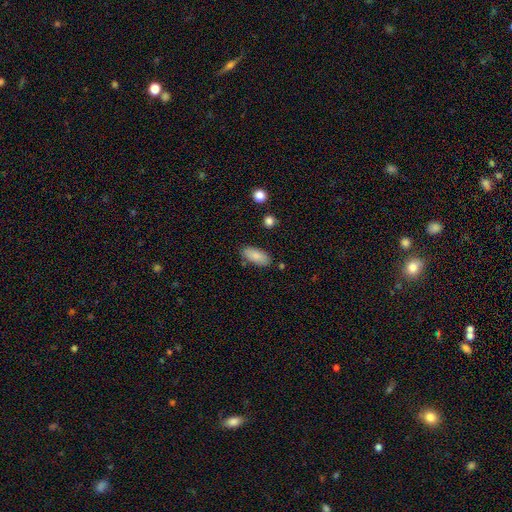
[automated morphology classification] smooth_or_featured: smooth (p=0.86) [alt: featured or disk p=0.08]
how_rounded: in between (p=0.86) [alt: cigar-shaped p=0.12]
merging: none (p=0.82) [alt: minor disturbance p=0.12]